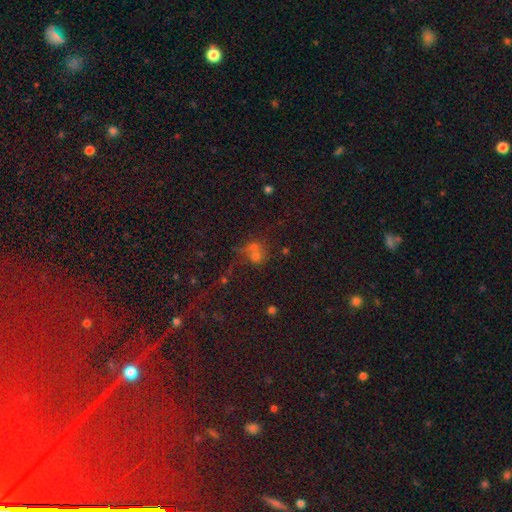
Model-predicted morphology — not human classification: A star or artifact, not a galaxy (43%, tied with smooth).